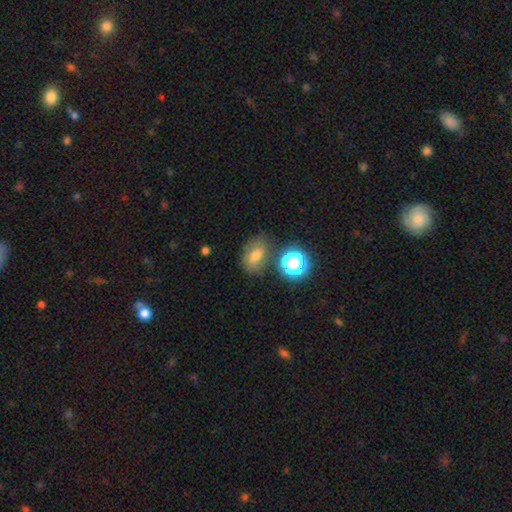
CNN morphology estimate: Overall: smooth (65%). How rounded: in between (74%). Merging: none (68%).